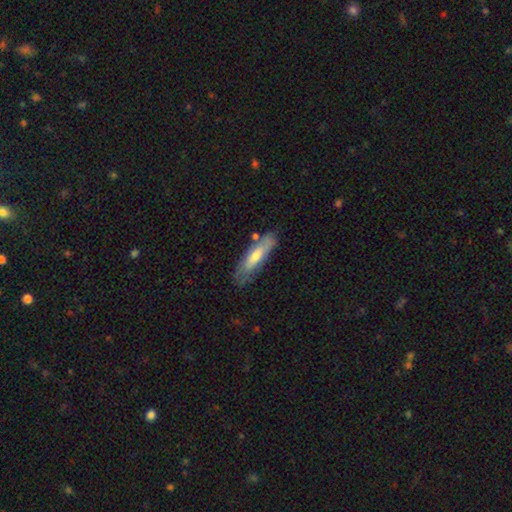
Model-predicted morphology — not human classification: A smooth galaxy with no disk features (57%) that is cigar-shaped (61%).

Vote fractions:
- Smooth or featured? smooth: 57% / featured or disk: 37% / star or artifact: 6%
- How rounded? cigar-shaped: 61% / in between: 37% / round: 2%
- Merging? none: 70% / minor disturbance: 20% / major disturbance: 5% / merger: 4%